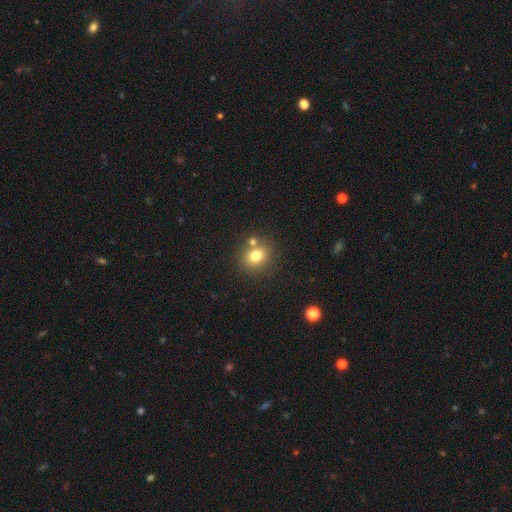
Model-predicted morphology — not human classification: smooth_or_featured: smooth (p=0.77) [alt: star or artifact p=0.13]
how_rounded: round (p=0.72) [alt: in between p=0.28]
merging: none (p=0.69) [alt: merger p=0.18]